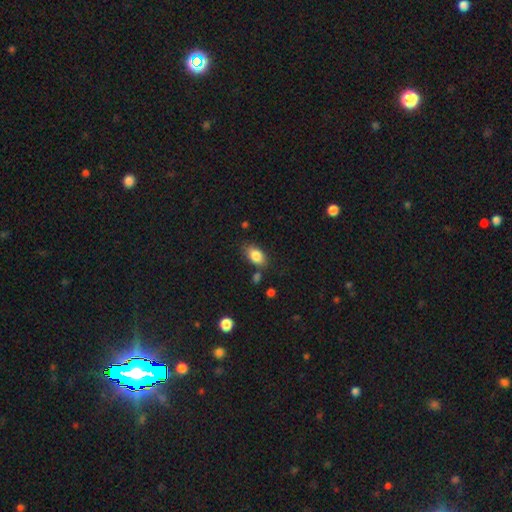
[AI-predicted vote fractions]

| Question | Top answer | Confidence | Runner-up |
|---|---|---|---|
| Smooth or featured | smooth | 84% | featured or disk (8%) |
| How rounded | in between | 89% | round (8%) |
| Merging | none | 75% | minor disturbance (17%) |